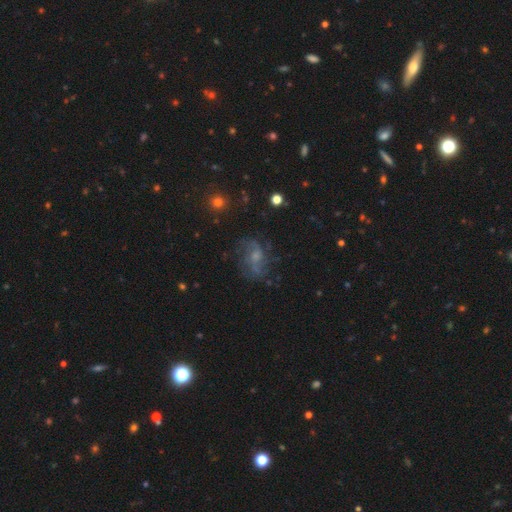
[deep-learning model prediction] Smooth or featured: featured or disk — 59% (smooth — 21%)
Edge-on disk: no — 95% (yes — 5%)
Bar: no — 51% (weak — 40%)
Spiral arms: yes — 80% (no — 20%)
Bulge size: small — 41% (moderate — 37%)
Merging: none — 63% (minor disturbance — 18%)